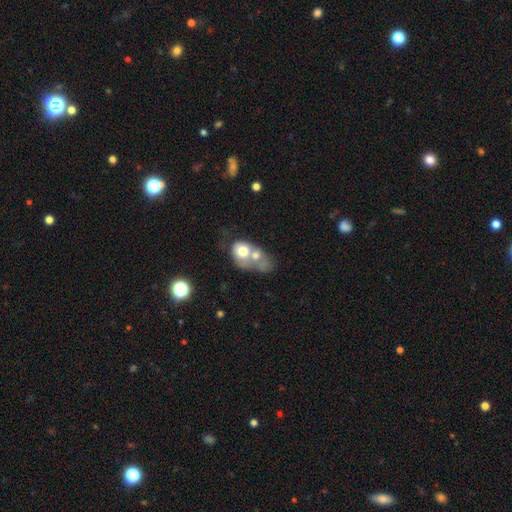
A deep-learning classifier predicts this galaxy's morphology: type=smooth (60%); roundness=in between (58%); merging=merger (72%).